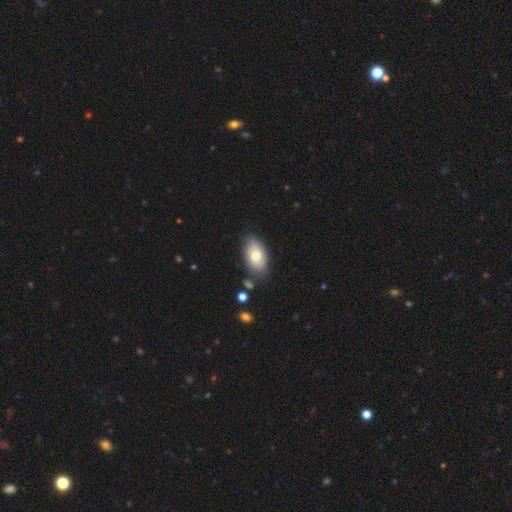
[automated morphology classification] type=smooth (72%); roundness=in between (92%); merging=none (73%).